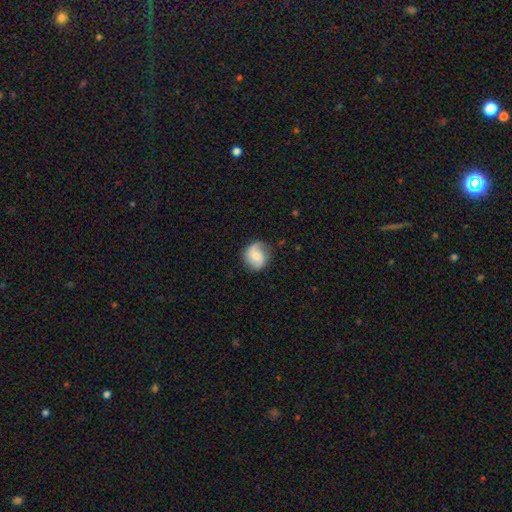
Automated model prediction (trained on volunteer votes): smooth_or_featured: featured or disk (p=0.55) [alt: smooth p=0.38]
disk_edge_on: no (p=0.98) [alt: yes p=0.02]
bar: no (p=0.54) [alt: weak p=0.38]
has_spiral_arms: yes (p=0.91) [alt: no p=0.09]
bulge_size: moderate (p=0.43) [alt: small p=0.42]
merging: none (p=0.73) [alt: minor disturbance p=0.19]